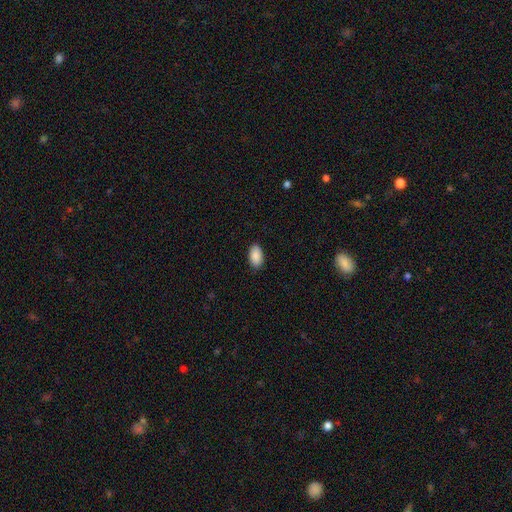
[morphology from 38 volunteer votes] smooth-or-featured: smooth: 87% | star or artifact: 8% | featured or disk: 5%
  how-rounded: in between: 94% | round: 3% | cigar-shaped: 3%
  merging: none: 91% | minor disturbance: 3% | major disturbance: 3% | merger: 3%